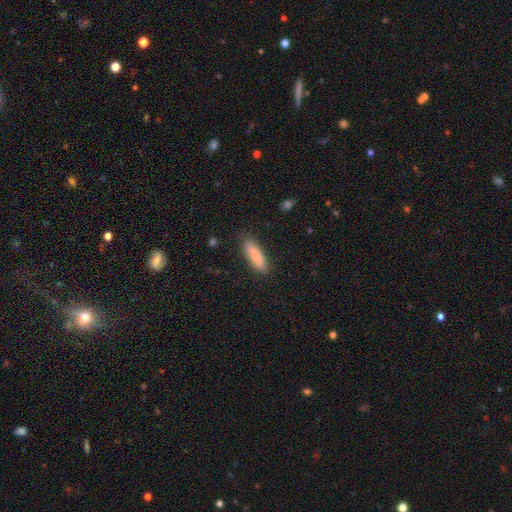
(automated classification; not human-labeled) smooth-or-featured: smooth: 86% | featured or disk: 8% | star or artifact: 6%
  how-rounded: cigar-shaped: 65% | in between: 33% | round: 2%
  merging: none: 86% | minor disturbance: 10% | major disturbance: 2% | merger: 1%